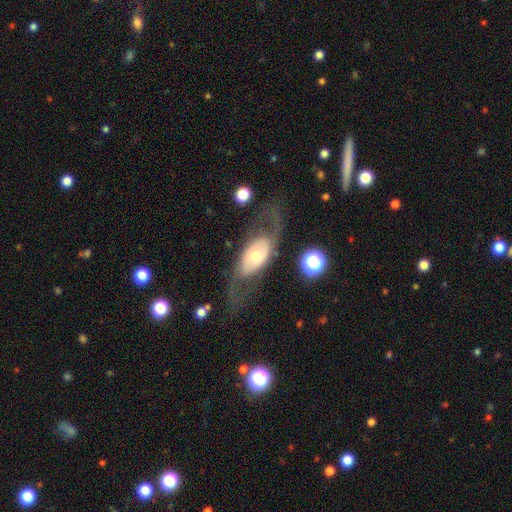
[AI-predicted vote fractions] Smooth or featured?
  - featured or disk: 65% *
  - smooth: 28%
  - star or artifact: 7%
Edge-on disk?
  - no: 85% *
  - yes: 15%
Bar?
  - no: 78% *
  - weak: 16%
  - strong: 6%
Spiral arms?
  - yes: 59% *
  - no: 41%
Bulge size?
  - moderate: 61% *
  - small: 22%
  - large: 13%
  - dominant: 3%
  - none: 1%
Merging?
  - none: 61% *
  - major disturbance: 21%
  - minor disturbance: 15%
  - merger: 3%